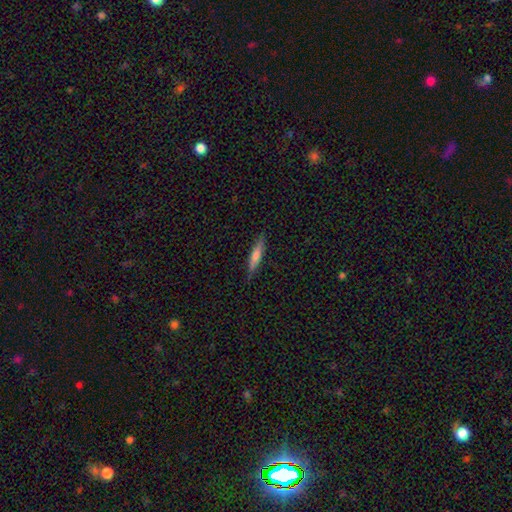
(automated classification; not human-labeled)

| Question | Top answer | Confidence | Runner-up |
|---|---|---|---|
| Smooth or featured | smooth | 62% | featured or disk (32%) |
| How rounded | cigar-shaped | 88% | in between (11%) |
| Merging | none | 86% | minor disturbance (11%) |